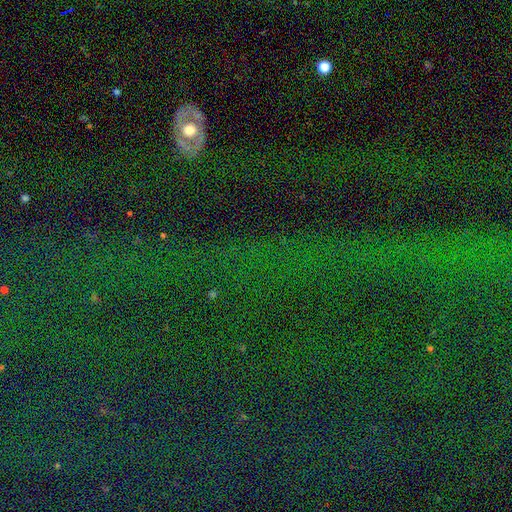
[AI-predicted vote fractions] A star or artifact, not a galaxy (70%).

Vote fractions:
- Smooth or featured? star or artifact: 70% / smooth: 16% / featured or disk: 14%